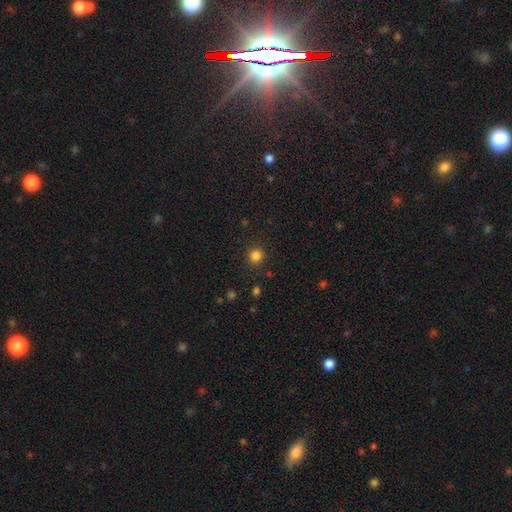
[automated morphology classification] A smooth galaxy with no disk features (83%) that is round (91%). Merging: none (90%).